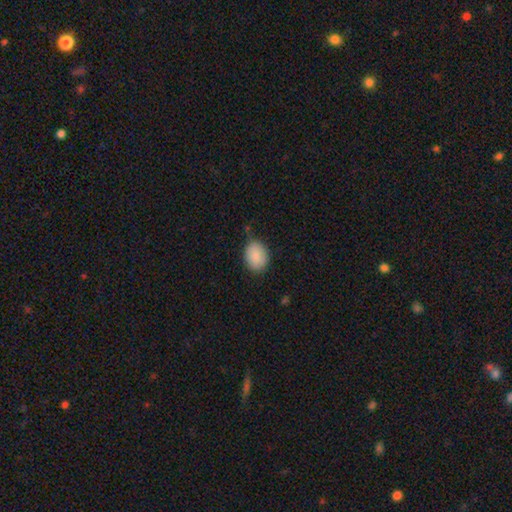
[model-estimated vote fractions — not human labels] smooth 87%, star or artifact 7%, featured or disk 6%. Down the decision tree: how rounded — in between (62%); merging — none (76%).